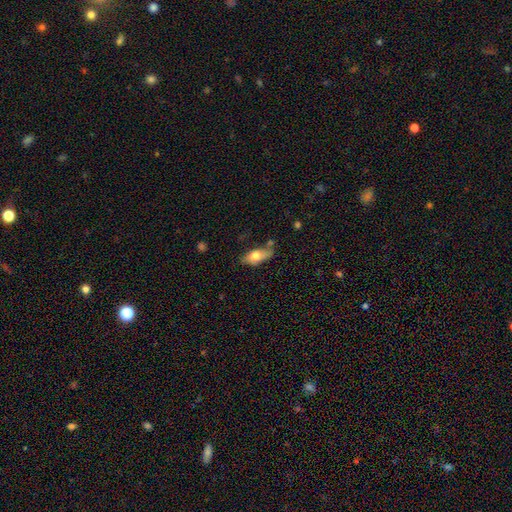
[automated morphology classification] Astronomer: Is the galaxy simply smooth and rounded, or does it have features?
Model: smooth — 70%.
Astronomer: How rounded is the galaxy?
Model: in between — 83%.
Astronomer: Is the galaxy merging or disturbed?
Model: none — 58%.